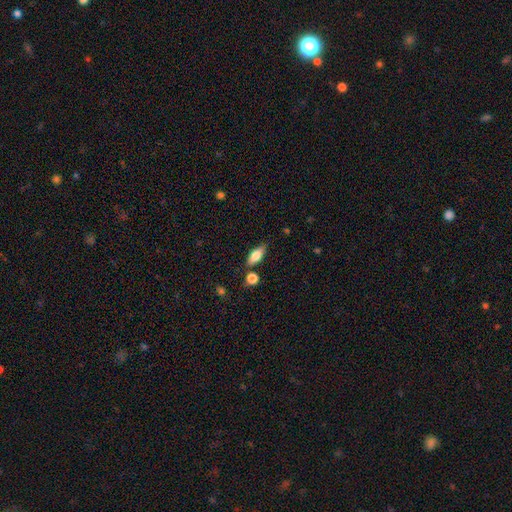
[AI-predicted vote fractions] smooth 74%, featured or disk 18%, star or artifact 7%. Down the decision tree: how rounded — in between (76%); merging — none (74%).